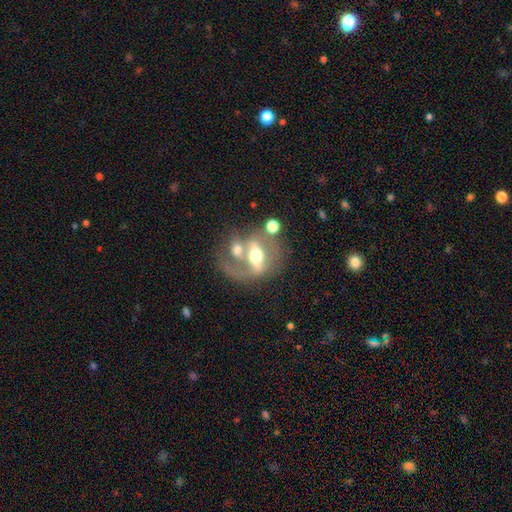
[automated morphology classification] This appears to be a featured or disk galaxy (65%) with a strong bar (46%), no spiral arms (65%) and a moderate central bulge (64%). Merging: merger (42%).